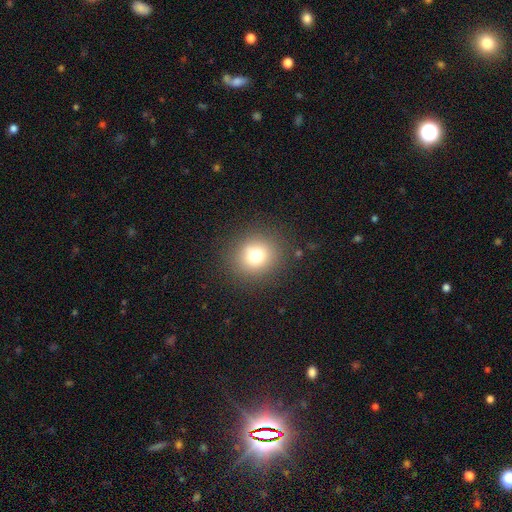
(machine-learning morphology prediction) The model was most divided on "smooth or featured": smooth: 74%, star or artifact: 15%, featured or disk: 11%. More confident: merging — none (87%); how rounded — round (86%).